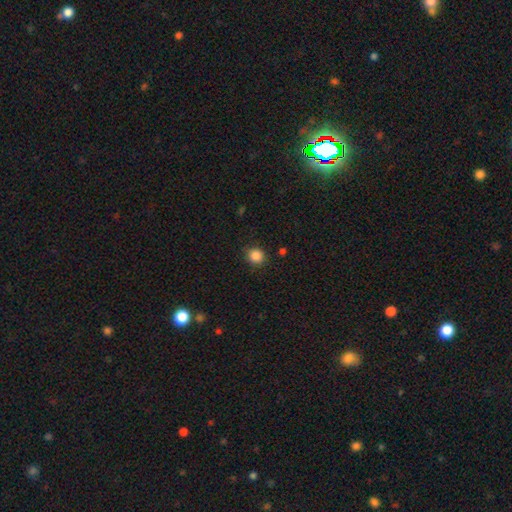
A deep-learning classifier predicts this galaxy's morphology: This is clearly a smooth galaxy (86%). How rounded: clearly round (88%). Merging: clearly none (88%).